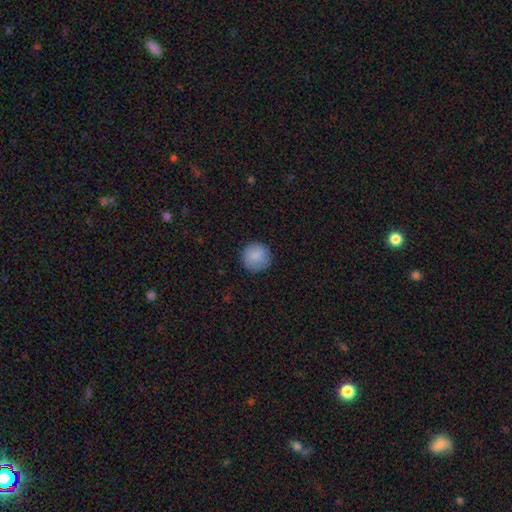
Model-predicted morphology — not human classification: smooth 87%, star or artifact 8%, featured or disk 5%. Down the decision tree: how rounded — round (94%); merging — none (87%).